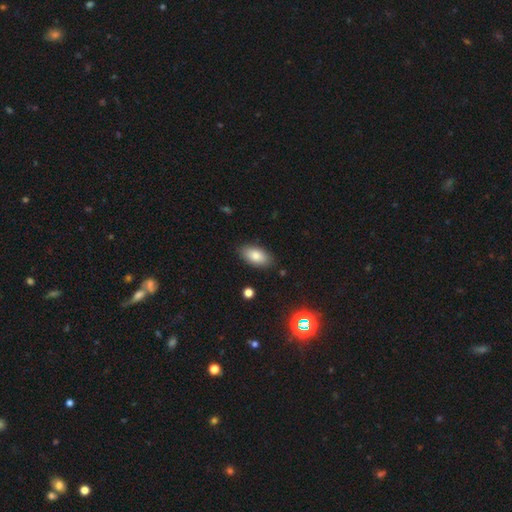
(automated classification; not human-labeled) smooth_or_featured: smooth (p=0.81) [alt: featured or disk p=0.11]
how_rounded: in between (p=0.92) [alt: cigar-shaped p=0.04]
merging: none (p=0.85) [alt: minor disturbance p=0.11]